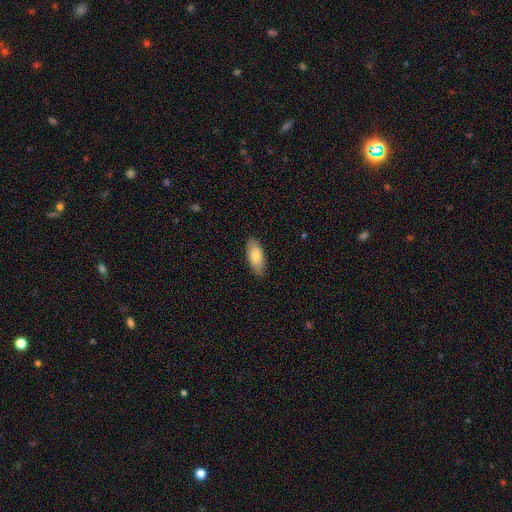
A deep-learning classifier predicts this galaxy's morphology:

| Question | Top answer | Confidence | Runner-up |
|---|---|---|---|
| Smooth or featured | smooth | 81% | featured or disk (13%) |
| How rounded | in between | 87% | cigar-shaped (11%) |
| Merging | none | 85% | minor disturbance (12%) |